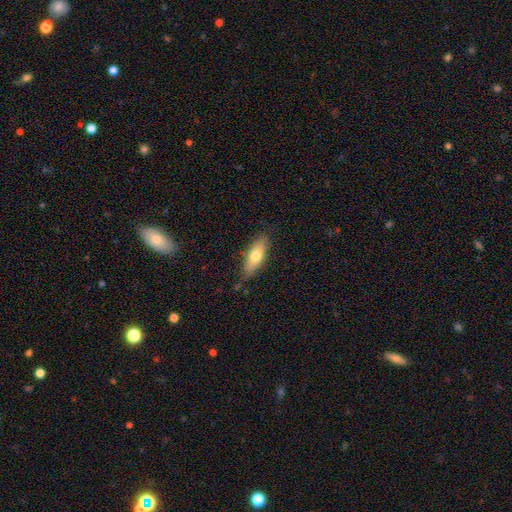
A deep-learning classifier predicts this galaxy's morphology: type=smooth (68%); roundness=in between (60%); merging=none (81%).